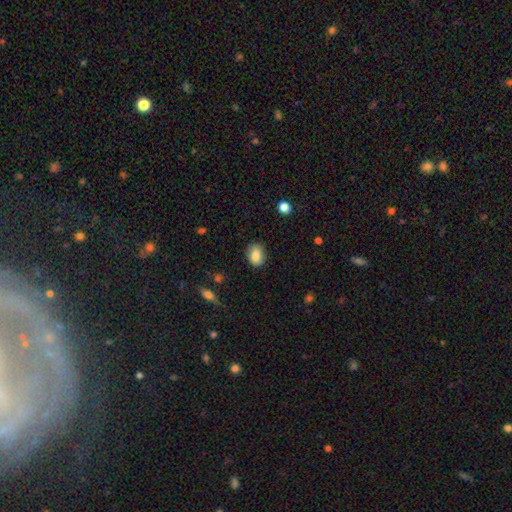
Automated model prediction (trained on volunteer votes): A smooth galaxy with no disk features (83%) that is in between round and cigar-shaped (68%).

Vote fractions:
- Smooth or featured? smooth: 83% / featured or disk: 9% / star or artifact: 8%
- How rounded? in between: 68% / round: 31% / cigar-shaped: 1%
- Merging? none: 80% / minor disturbance: 15% / major disturbance: 3% / merger: 1%